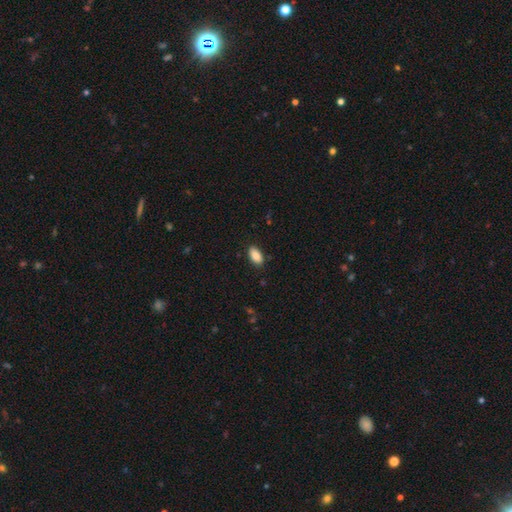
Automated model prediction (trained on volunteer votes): This appears to be a smooth galaxy with no disk features (88%) that is in between round and cigar-shaped (94%). Merging: none (87%).